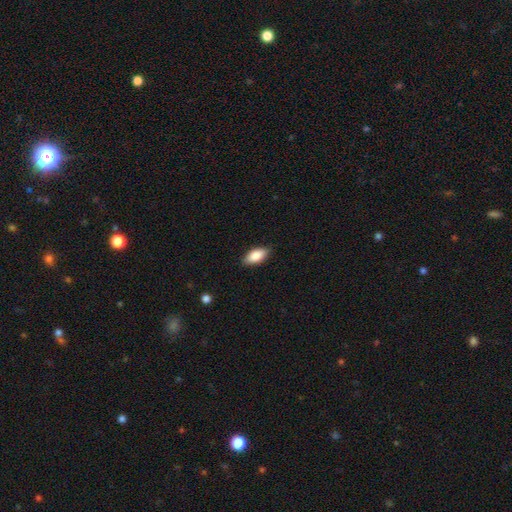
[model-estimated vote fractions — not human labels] This appears to be a smooth galaxy with no disk features (85%) that is in between round and cigar-shaped (89%). Merging: none (85%).